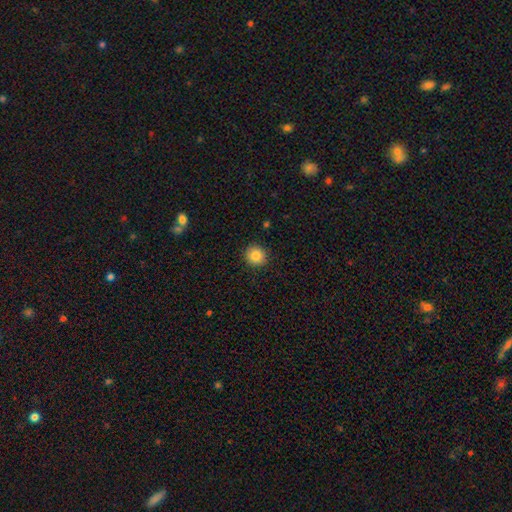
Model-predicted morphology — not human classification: This appears to be a smooth galaxy with no disk features (85%) that is round (90%). Merging: none (90%).